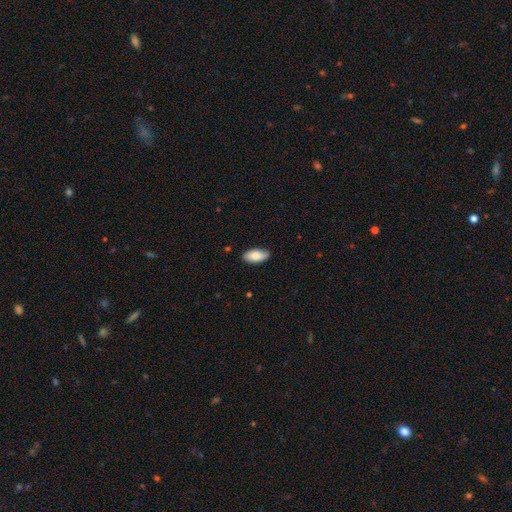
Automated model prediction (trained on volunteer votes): Smooth or featured? smooth (85%)
How rounded? in between (91%)
Merging? none (86%)